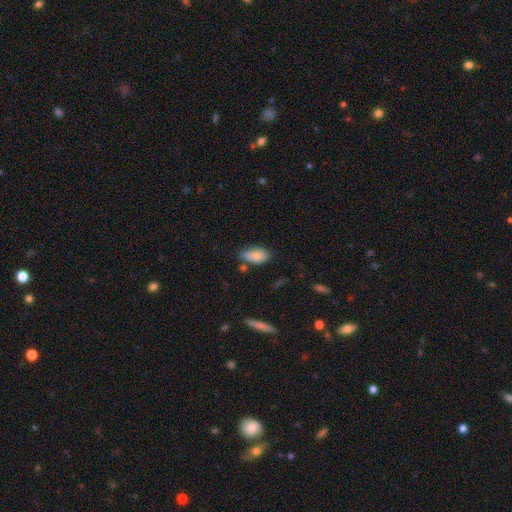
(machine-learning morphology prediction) Smooth or featured? smooth (84%)
How rounded? in between (92%)
Merging? none (65%)